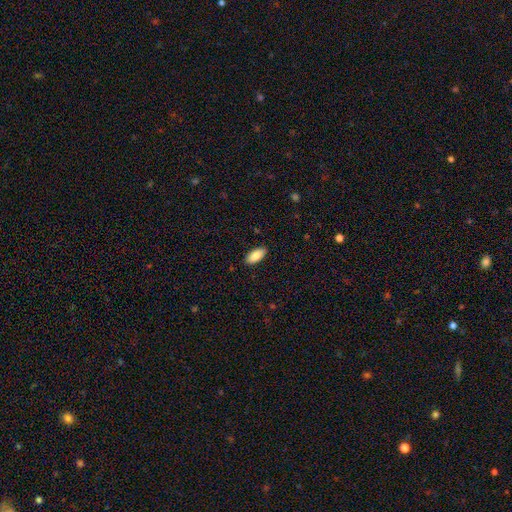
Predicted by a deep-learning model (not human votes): Smooth or featured: smooth — 87% (featured or disk — 7%)
How rounded: in between — 89% (cigar-shaped — 9%)
Merging: none — 89% (minor disturbance — 8%)